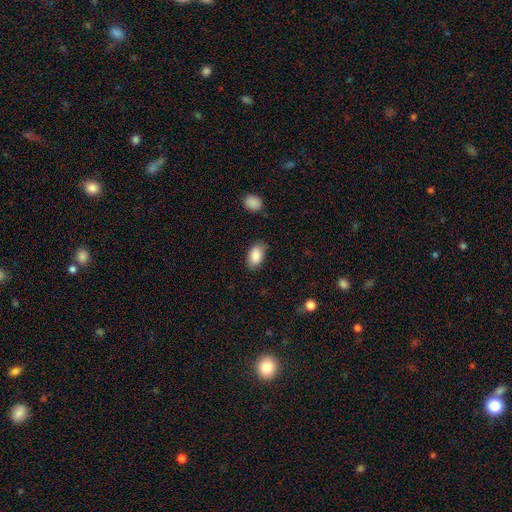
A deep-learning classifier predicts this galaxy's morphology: The model was most divided on "merging": none: 79%, minor disturbance: 16%, major disturbance: 3%, merger: 2%. More confident: how rounded — in between (91%); smooth or featured — smooth (87%).